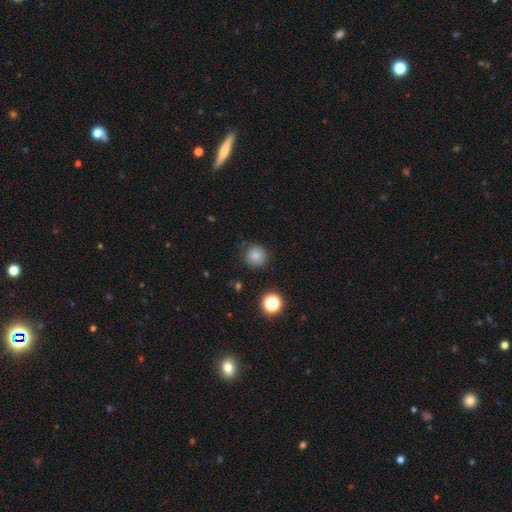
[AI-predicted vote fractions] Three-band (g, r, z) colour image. It shows a smooth galaxy with no disk features (81%) that is round (94%). Merging: none (83%).